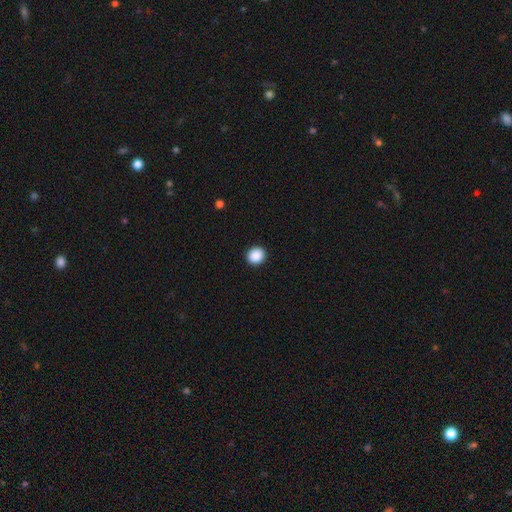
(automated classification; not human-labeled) A smooth galaxy with no disk features (89%) that is round (89%). Merging: none (93%).